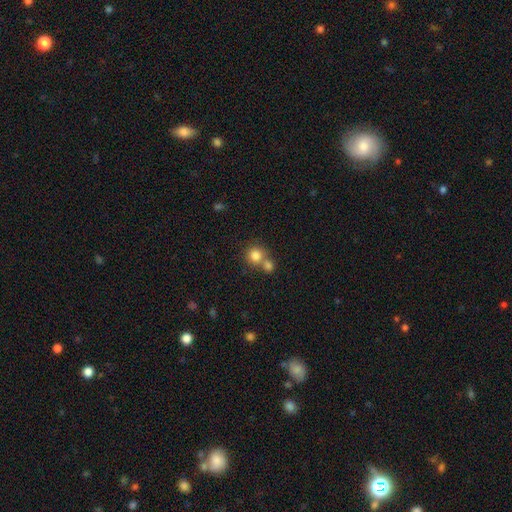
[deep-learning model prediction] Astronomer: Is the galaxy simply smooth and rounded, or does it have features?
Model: smooth — 81%.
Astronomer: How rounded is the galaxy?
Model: round — 89%.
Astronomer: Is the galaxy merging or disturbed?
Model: none — 47% (runner-up: merger, 43%).